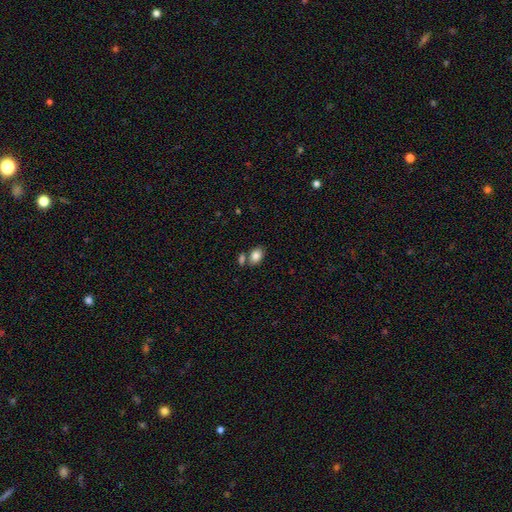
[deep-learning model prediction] Smooth or featured: smooth — 84% (star or artifact — 8%)
How rounded: in between — 82% (round — 17%)
Merging: none — 62% (merger — 23%)